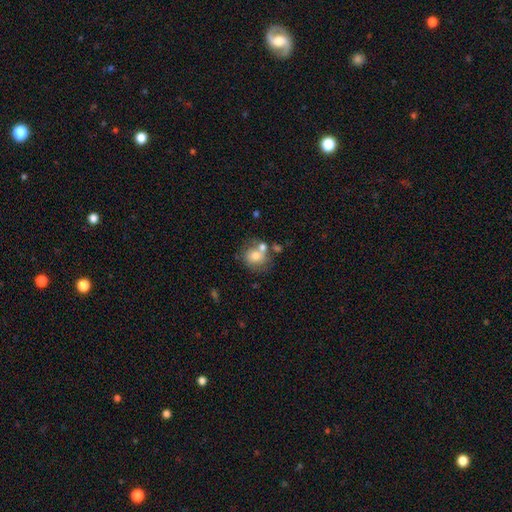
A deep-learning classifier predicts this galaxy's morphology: A smooth galaxy with no disk features (71%) that is round (75%). Merging: none (50%).